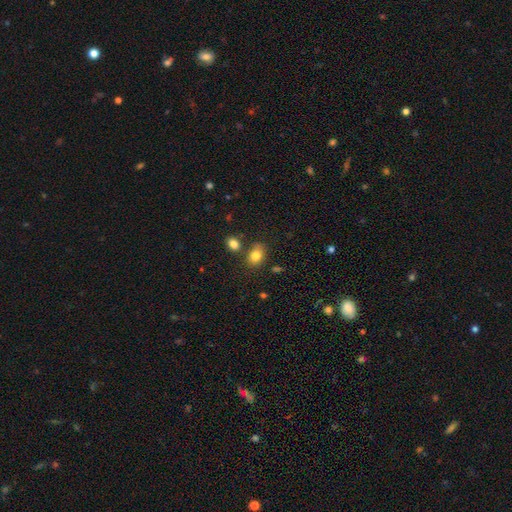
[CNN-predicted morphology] smooth 81%, star or artifact 10%, featured or disk 8%. Down the decision tree: how rounded — in between (62%); merging — none (68%).